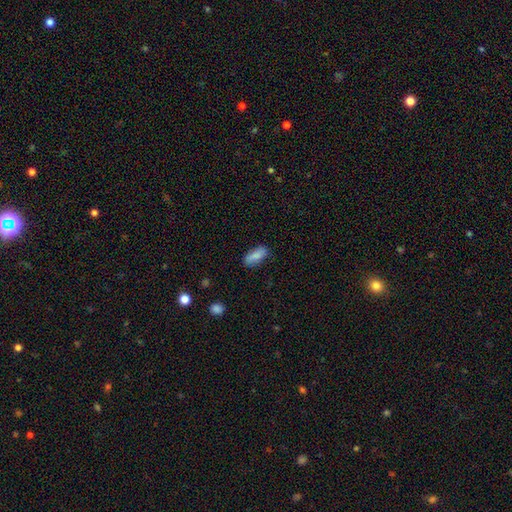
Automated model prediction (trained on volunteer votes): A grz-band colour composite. It shows a smooth galaxy with no disk features (87%) that is in between round and cigar-shaped (79%). Merging: none (82%).